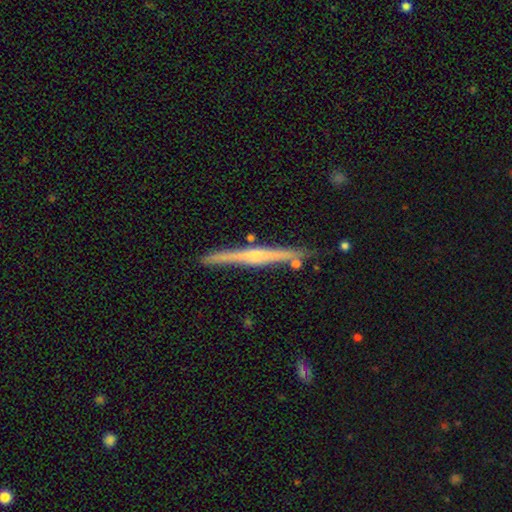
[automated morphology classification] featured or disk 67%, smooth 27%, star or artifact 6%. Down the decision tree: edge-on disk — yes (98%); edge-on bulge — rounded (54%); merging — none (85%).